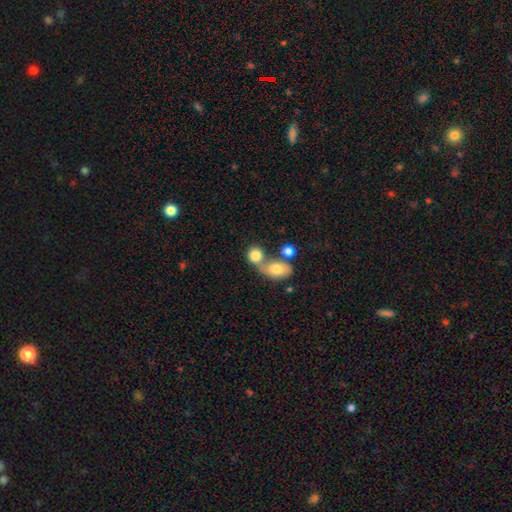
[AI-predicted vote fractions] Q: Smooth or featured?
A: smooth (81%); runner-up: featured or disk (10%)
Q: How rounded?
A: round (63%); runner-up: in between (35%)
Q: Merging?
A: merger (57%); runner-up: none (29%)